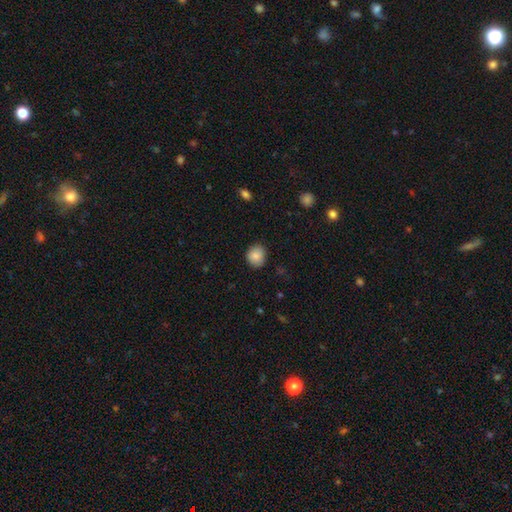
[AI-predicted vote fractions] smooth 86%, star or artifact 8%, featured or disk 5%. Down the decision tree: how rounded — round (74%); merging — none (83%).